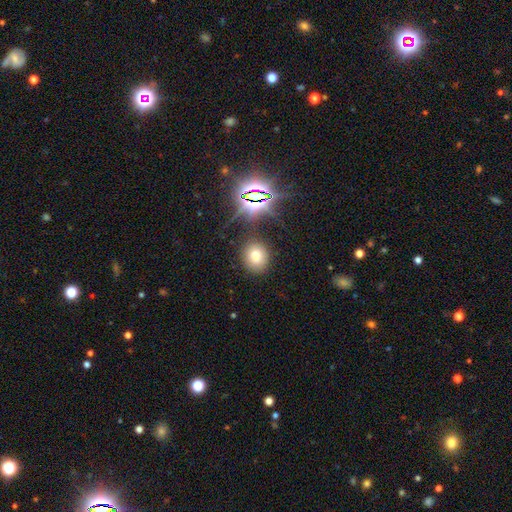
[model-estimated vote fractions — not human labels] This appears to be a smooth galaxy with no disk features (69%) that is round (65%). Merging: none (84%).